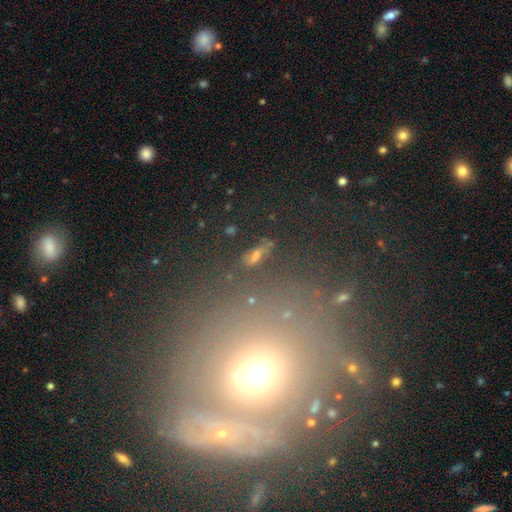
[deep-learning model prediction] smooth 45%, star or artifact 36%, featured or disk 19%. Down the decision tree: merging — none (72%).